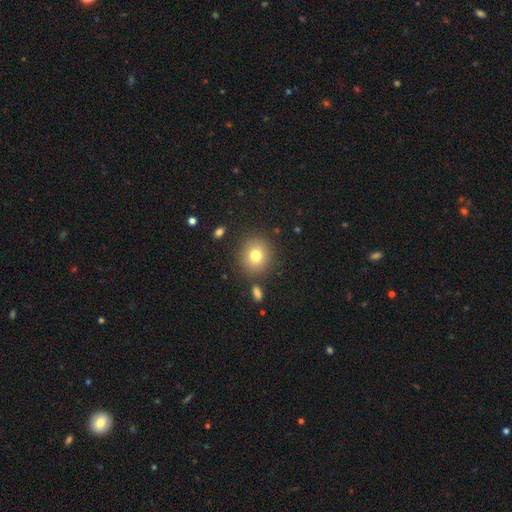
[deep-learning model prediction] This is likely a smooth galaxy (77%). How rounded: clearly round (84%). Merging: clearly none (85%).